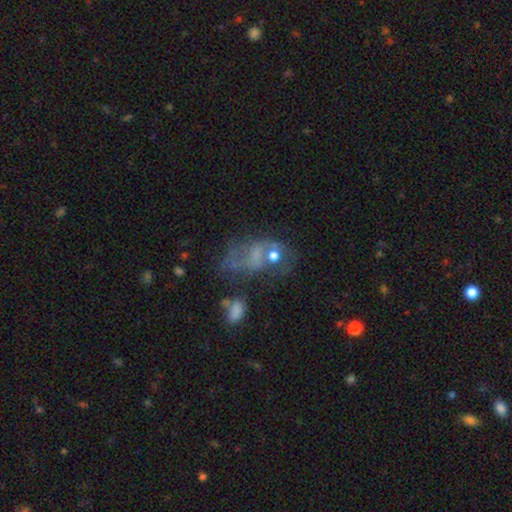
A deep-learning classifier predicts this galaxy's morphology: This appears to be a featured or disk galaxy (51%). Merging: major disturbance (34%).